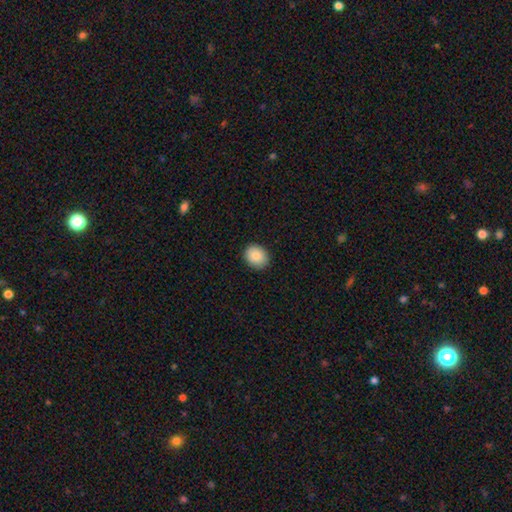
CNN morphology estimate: This is clearly a smooth galaxy (88%). How rounded: possibly round (60%). Merging: clearly none (89%).